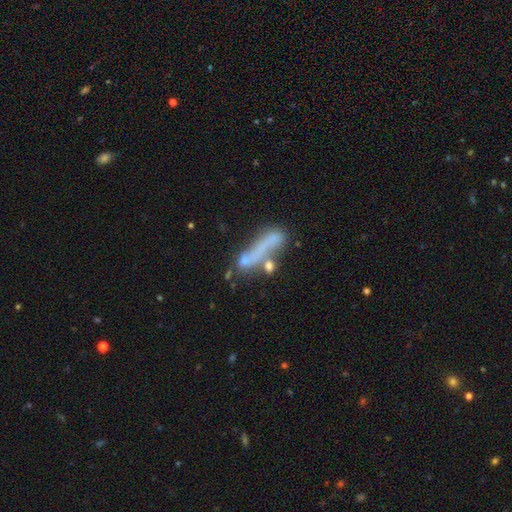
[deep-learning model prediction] smooth 45%, featured or disk 41%, star or artifact 14%. Down the decision tree: merging — none (35%).